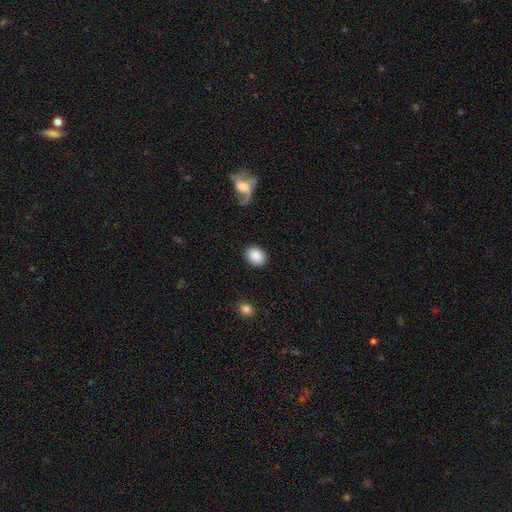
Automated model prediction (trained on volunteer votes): smooth_or_featured: smooth (p=0.87) [alt: star or artifact p=0.07]
how_rounded: in between (p=0.52) [alt: round p=0.47]
merging: none (p=0.86) [alt: minor disturbance p=0.08]